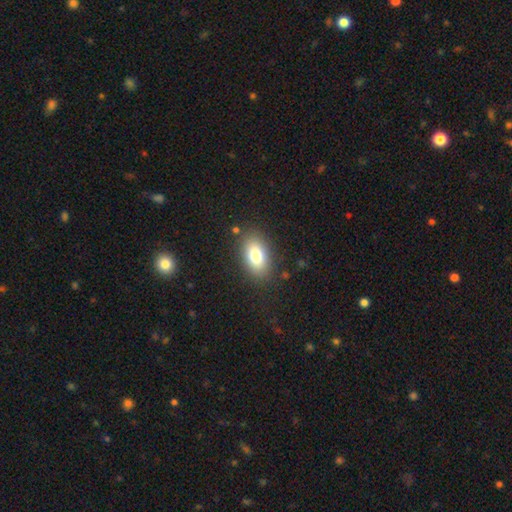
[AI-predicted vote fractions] Morphology: type=smooth (79%); roundness=in between (89%); merging=none (84%).